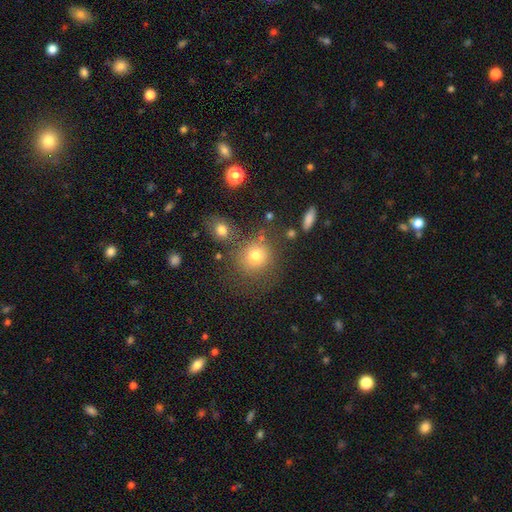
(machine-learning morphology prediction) The model was most divided on "merging": none: 67%, minor disturbance: 13%, merger: 12%, major disturbance: 7%. More confident: how rounded — round (84%); smooth or featured — smooth (75%).